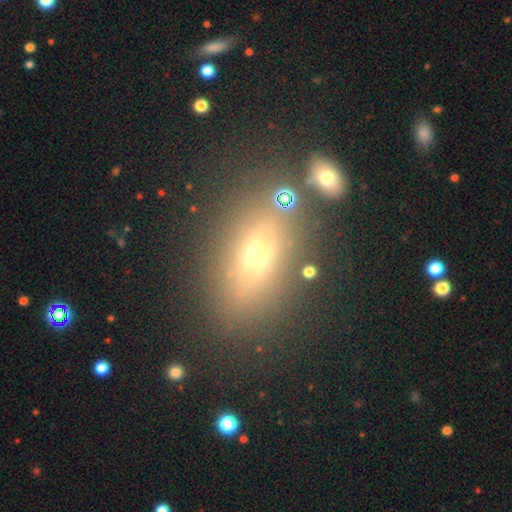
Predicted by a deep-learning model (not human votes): Smooth or featured? Predicted: smooth (p=0.48). Merging? Predicted: none (p=0.77).